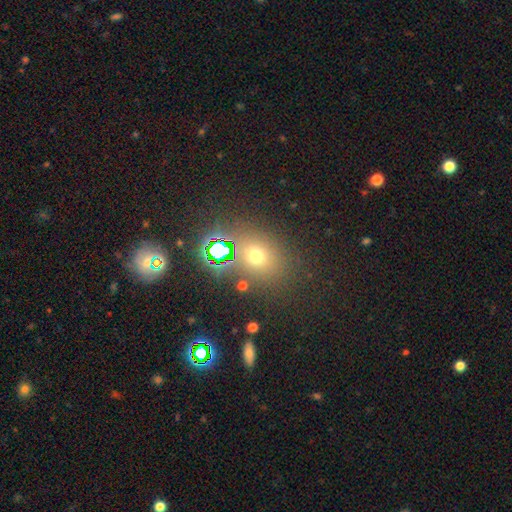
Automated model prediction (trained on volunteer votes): Smooth or featured? Predicted: smooth (p=0.59). How rounded? Predicted: round (p=0.61). Merging? Predicted: none (p=0.79).